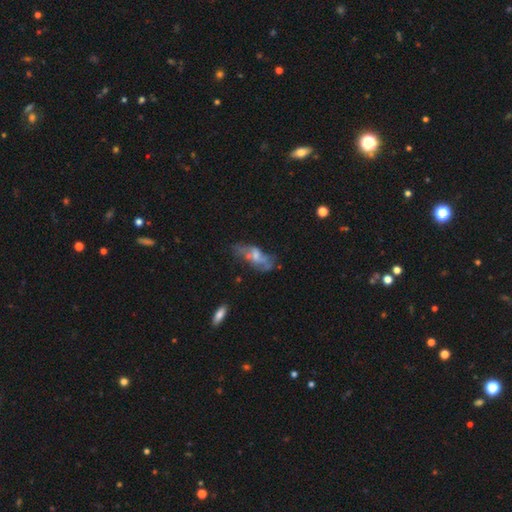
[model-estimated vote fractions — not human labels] Smooth or featured: featured or disk — 52% (smooth — 39%)
Edge-on disk: no — 81% (yes — 19%)
Merging: none — 42% (minor disturbance — 28%)